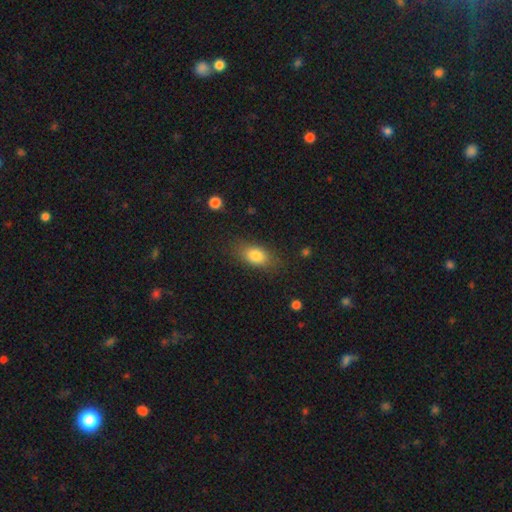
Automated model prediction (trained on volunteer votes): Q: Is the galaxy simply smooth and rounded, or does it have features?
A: smooth — 82%.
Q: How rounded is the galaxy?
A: in between — 84%.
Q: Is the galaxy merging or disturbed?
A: none — 79%.